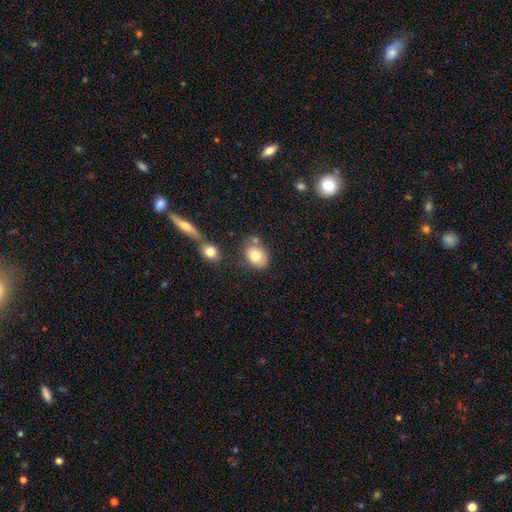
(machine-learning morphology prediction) Smooth or featured? smooth (79%)
How rounded? in between (71%)
Merging? none (63%)